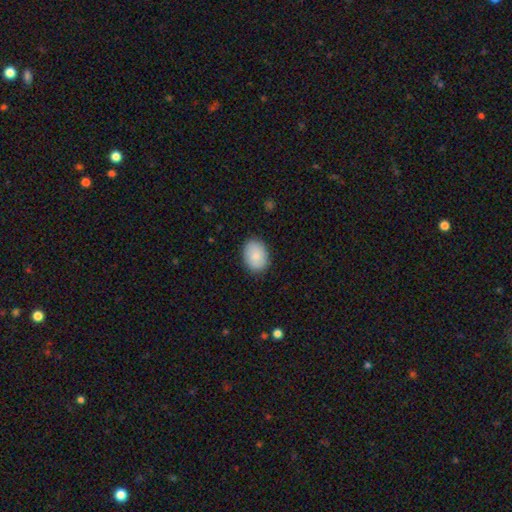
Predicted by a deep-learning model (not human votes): Smooth or featured? Predicted: smooth (p=0.86). How rounded? Predicted: in between (p=0.73). Merging? Predicted: none (p=0.87).